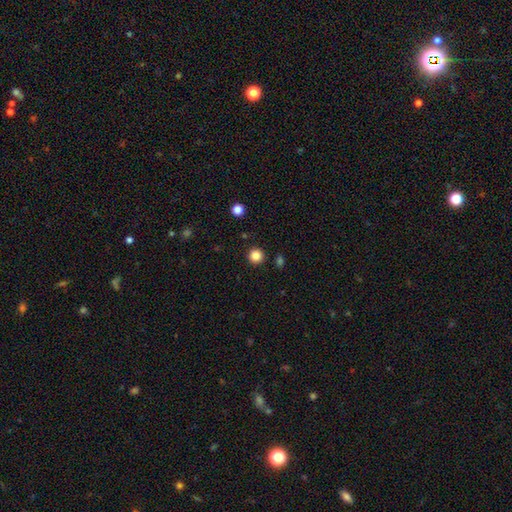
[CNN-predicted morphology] Overall: smooth (85%). How rounded: round (95%). Merging: none (92%).